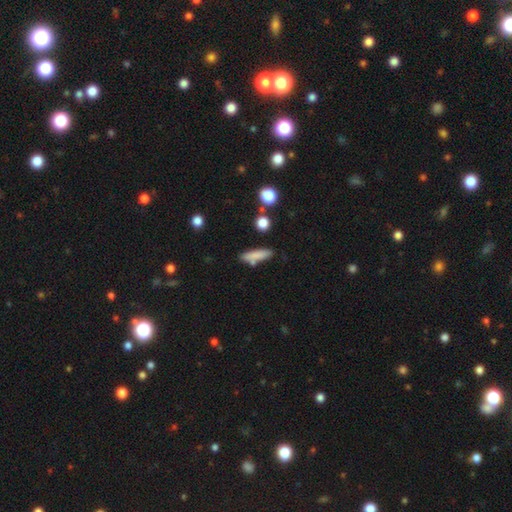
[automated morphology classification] smooth-or-featured: smooth: 79% | featured or disk: 13% | star or artifact: 8%
  how-rounded: cigar-shaped: 70% | in between: 26% | round: 3%
  merging: none: 71% | minor disturbance: 15% | merger: 10% | major disturbance: 4%